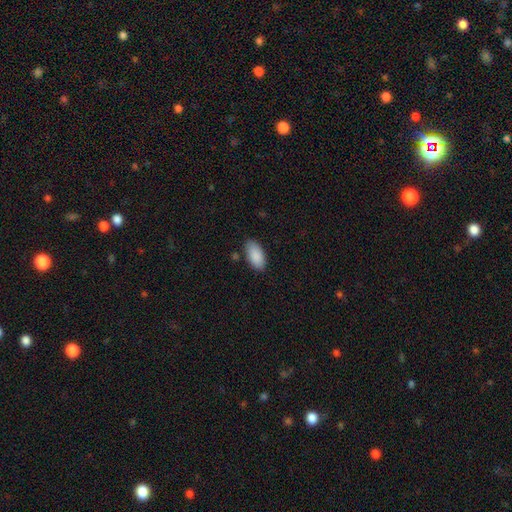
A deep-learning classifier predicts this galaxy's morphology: Smooth or featured?
  - smooth: 90% *
  - star or artifact: 6%
  - featured or disk: 4%
How rounded?
  - in between: 94% *
  - cigar-shaped: 4%
  - round: 2%
Merging?
  - none: 82% *
  - minor disturbance: 13%
  - merger: 3%
  - major disturbance: 3%